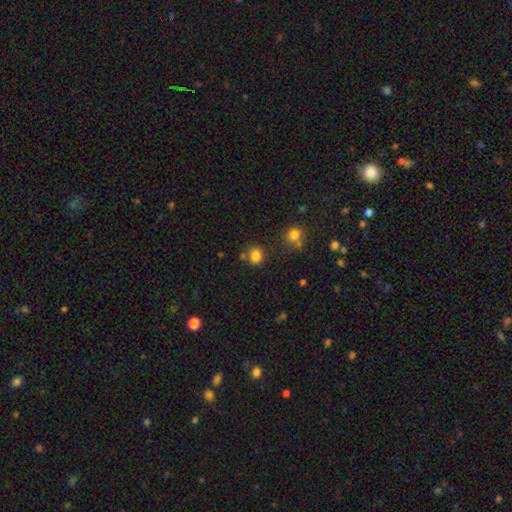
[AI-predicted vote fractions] A smooth galaxy with no disk features (82%) that is round (73%). Merging: none (75%).